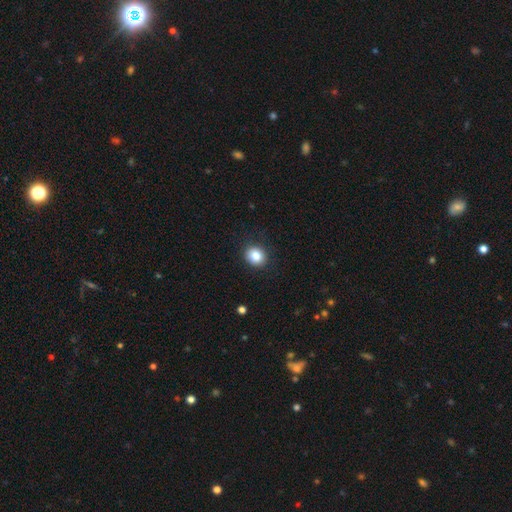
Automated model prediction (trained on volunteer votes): A smooth galaxy with no disk features (85%) that is round (72%).

Vote fractions:
- Smooth or featured? smooth: 85% / star or artifact: 10% / featured or disk: 5%
- How rounded? round: 72% / in between: 27% / cigar-shaped: 1%
- Merging? none: 89% / minor disturbance: 8% / major disturbance: 2% / merger: 1%